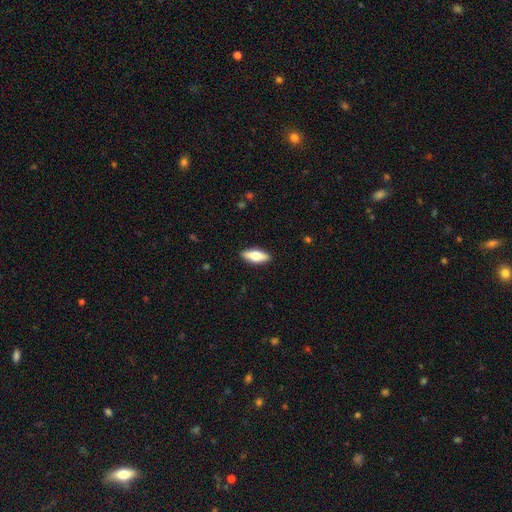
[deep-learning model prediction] Q: Smooth or featured?
A: smooth (61%); runner-up: featured or disk (34%)
Q: How rounded?
A: in between (68%); runner-up: cigar-shaped (30%)
Q: Merging?
A: none (90%); runner-up: minor disturbance (7%)